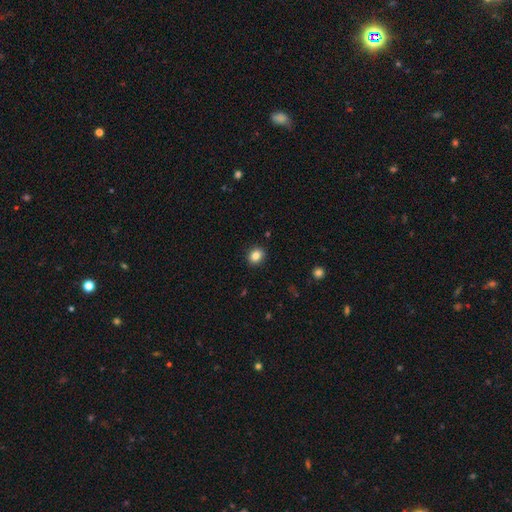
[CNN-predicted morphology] A smooth galaxy with no disk features (84%) that is round (68%).

Vote fractions:
- Smooth or featured? smooth: 84% / star or artifact: 10% / featured or disk: 6%
- How rounded? round: 68% / in between: 31% / cigar-shaped: 1%
- Merging? none: 91% / minor disturbance: 7% / major disturbance: 2% / merger: 1%